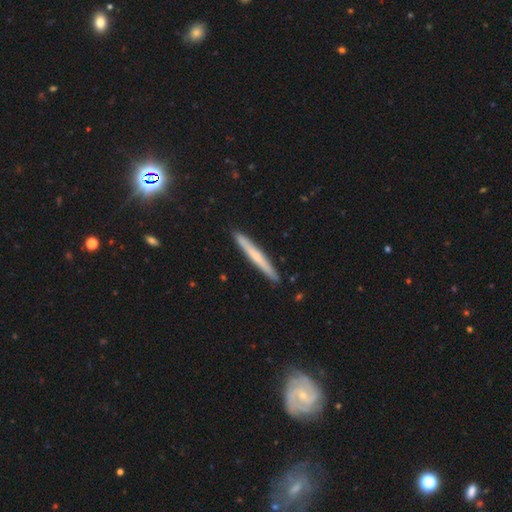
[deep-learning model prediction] A smooth galaxy with no disk features (52%) that is cigar-shaped (97%).

Vote fractions:
- Smooth or featured? smooth: 52% / featured or disk: 42% / star or artifact: 6%
- How rounded? cigar-shaped: 97% / in between: 2% / round: 1%
- Merging? none: 92% / minor disturbance: 6% / major disturbance: 1% / merger: 1%